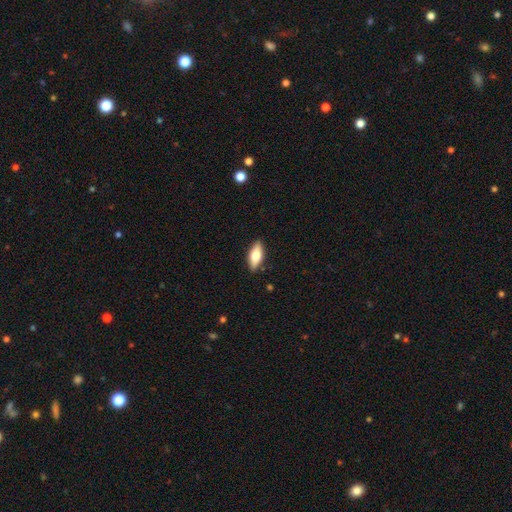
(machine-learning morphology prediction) Smooth or featured? smooth (66%)
How rounded? in between (76%)
Merging? none (87%)